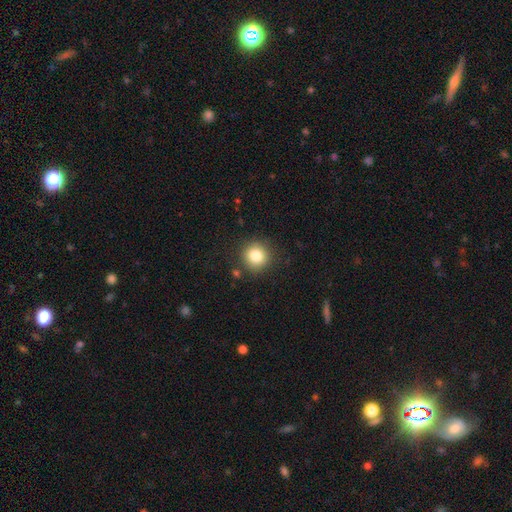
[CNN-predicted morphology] Q: Smooth or featured?
A: smooth (82%); runner-up: star or artifact (11%)
Q: How rounded?
A: round (92%); runner-up: in between (7%)
Q: Merging?
A: none (87%); runner-up: minor disturbance (8%)